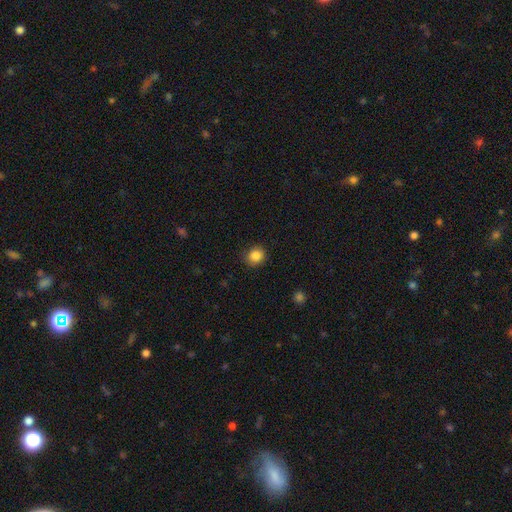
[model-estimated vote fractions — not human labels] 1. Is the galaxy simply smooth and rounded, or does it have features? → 86% smooth, 10% star or artifact, 4% featured or disk.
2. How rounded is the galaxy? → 84% round, 15% in between, 1% cigar-shaped.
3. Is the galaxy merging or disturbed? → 86% none, 10% minor disturbance, 3% major disturbance, 1% merger.